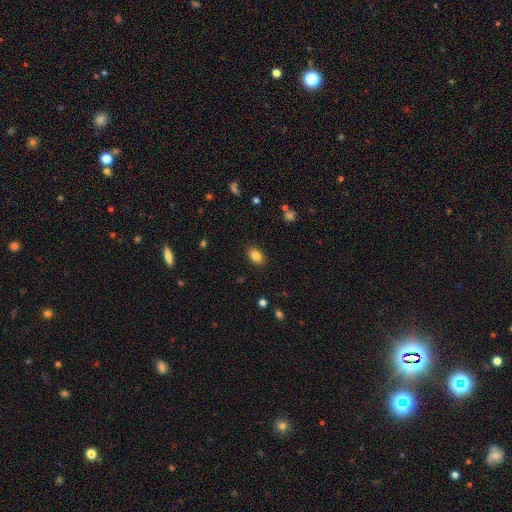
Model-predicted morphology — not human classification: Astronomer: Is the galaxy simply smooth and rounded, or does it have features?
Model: smooth — 84%.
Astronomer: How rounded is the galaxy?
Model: in between — 76%.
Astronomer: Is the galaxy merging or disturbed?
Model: none — 88%.